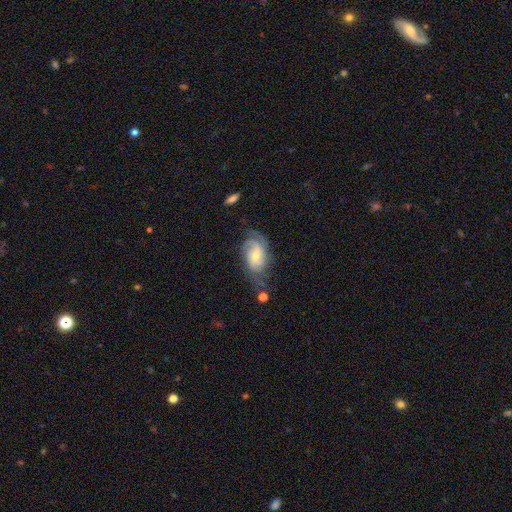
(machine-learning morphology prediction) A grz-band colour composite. It shows a featured or disk galaxy (75%) with no bar (62%), 2 (34%) tight (48%) spiral arms (93%) and a small central bulge (51%). Merging: none (55%).